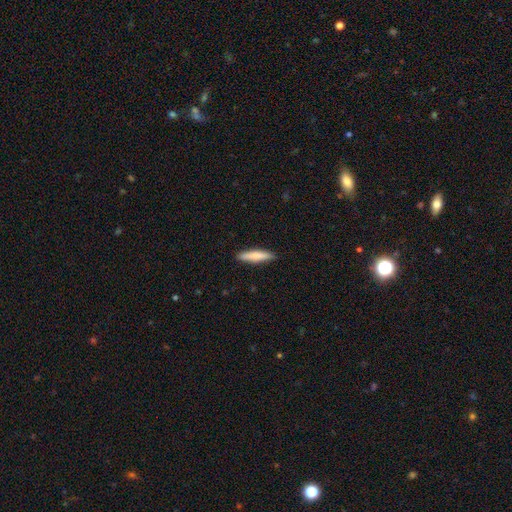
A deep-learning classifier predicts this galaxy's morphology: A smooth galaxy with no disk features (77%) that is cigar-shaped (85%). Merging: none (89%).